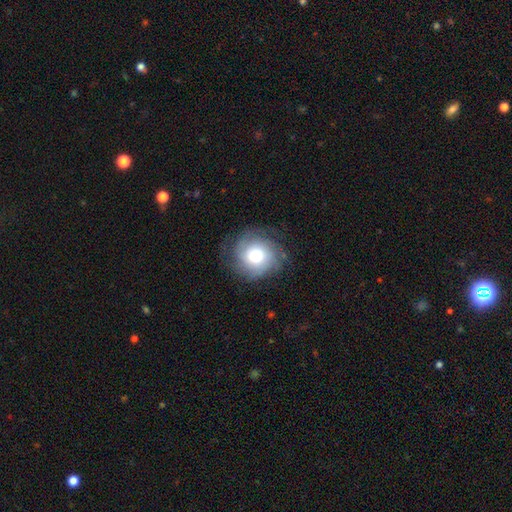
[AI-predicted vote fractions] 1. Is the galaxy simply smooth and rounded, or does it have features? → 49% featured or disk, 43% smooth, 9% star or artifact.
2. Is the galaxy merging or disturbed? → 73% none, 17% minor disturbance, 9% major disturbance, 1% merger.